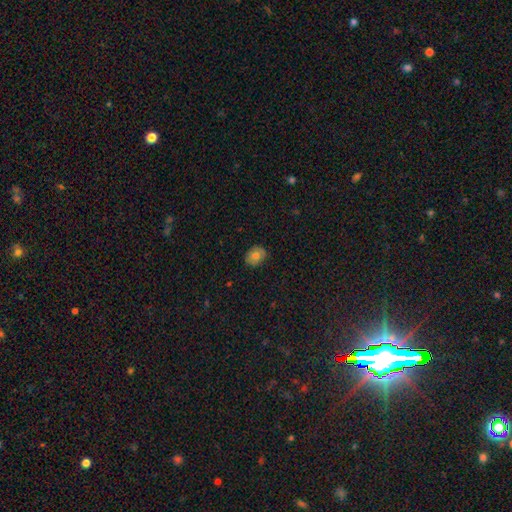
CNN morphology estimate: smooth 74%, featured or disk 17%, star or artifact 9%. Down the decision tree: how rounded — round (51%); merging — none (84%).